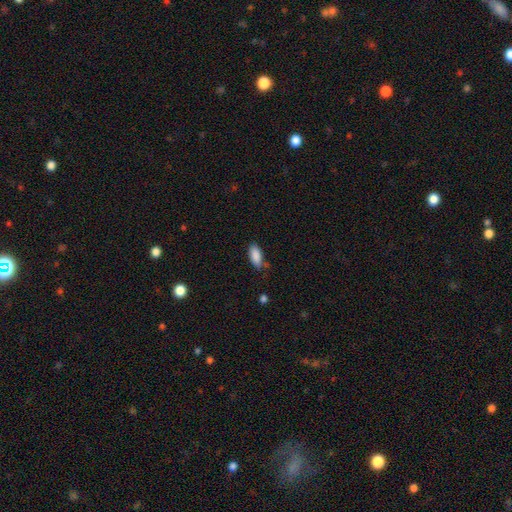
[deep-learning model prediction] Q: Smooth or featured?
A: smooth (88%); runner-up: star or artifact (7%)
Q: How rounded?
A: in between (85%); runner-up: cigar-shaped (13%)
Q: Merging?
A: none (71%); runner-up: minor disturbance (21%)